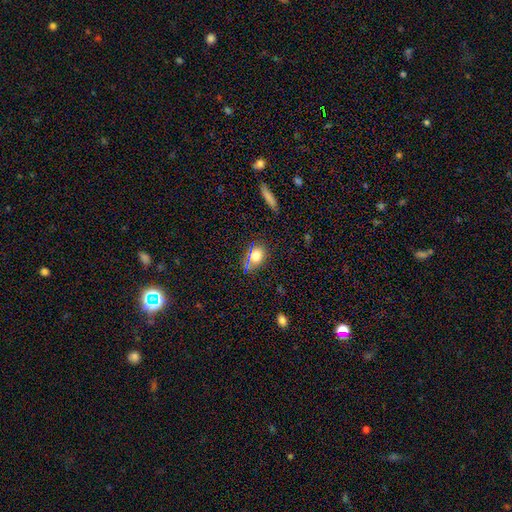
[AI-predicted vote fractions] Smooth or featured? smooth (71%)
How rounded? in between (50%)
Merging? none (77%)